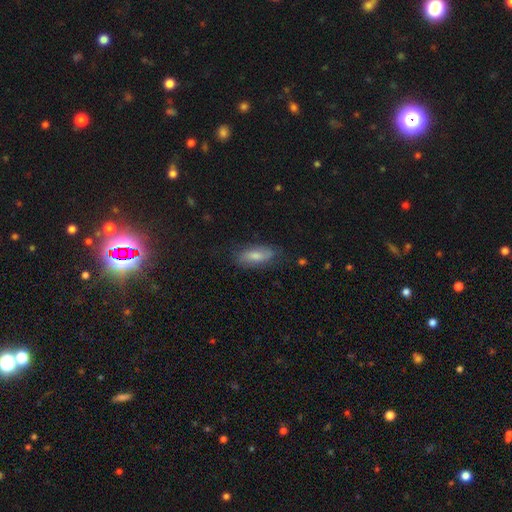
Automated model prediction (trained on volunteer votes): A smooth galaxy with no disk features (60%) that is in between round and cigar-shaped (77%).

Vote fractions:
- Smooth or featured? smooth: 60% / featured or disk: 29% / star or artifact: 11%
- How rounded? in between: 77% / cigar-shaped: 20% / round: 3%
- Merging? none: 75% / minor disturbance: 18% / major disturbance: 5% / merger: 1%